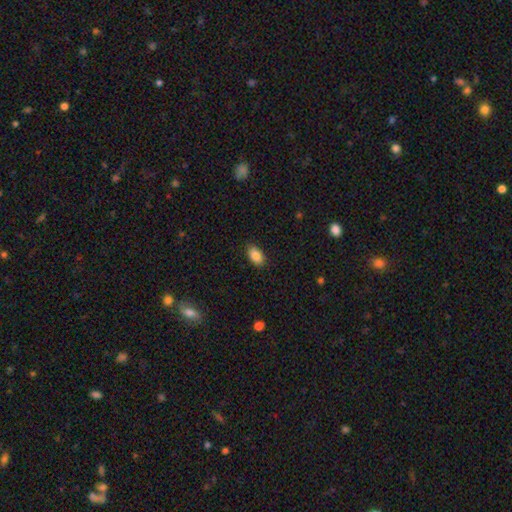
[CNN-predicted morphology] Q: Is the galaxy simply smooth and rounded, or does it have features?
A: smooth — 88%.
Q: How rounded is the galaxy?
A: in between — 92%.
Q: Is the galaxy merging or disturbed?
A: none — 86%.